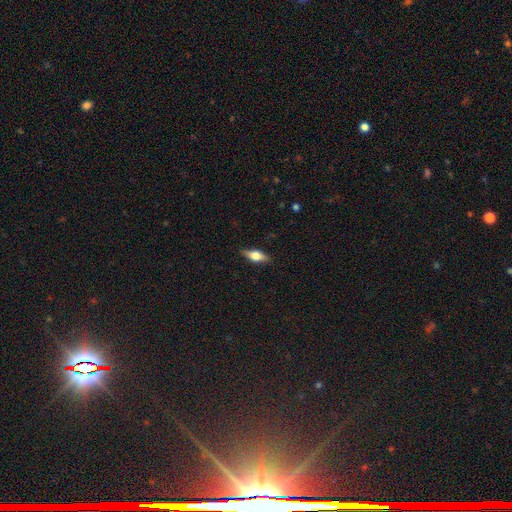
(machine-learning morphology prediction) A smooth galaxy with no disk features (50%) that is in between round and cigar-shaped (65%).

Vote fractions:
- Smooth or featured? smooth: 50% / featured or disk: 43% / star or artifact: 7%
- How rounded? in between: 65% / cigar-shaped: 31% / round: 4%
- Merging? none: 86% / minor disturbance: 11% / major disturbance: 2% / merger: 1%